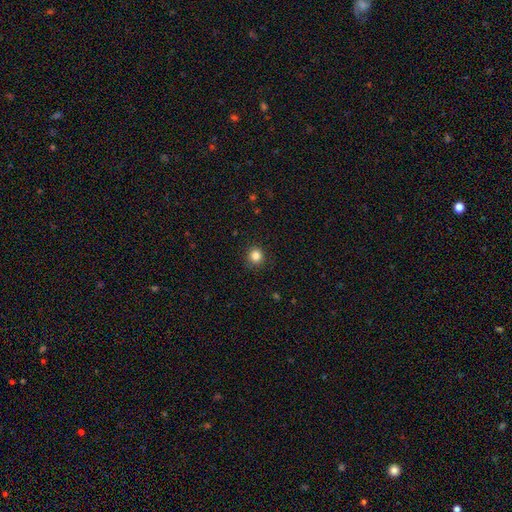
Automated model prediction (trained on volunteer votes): smooth-or-featured: smooth: 84% | star or artifact: 11% | featured or disk: 4%
  how-rounded: round: 91% | in between: 8% | cigar-shaped: 1%
  merging: none: 90% | minor disturbance: 7% | major disturbance: 2% | merger: 1%